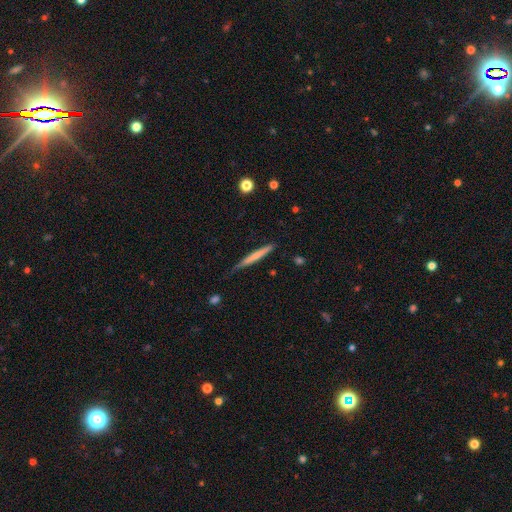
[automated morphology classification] This is possibly a smooth galaxy (59%). How rounded: clearly cigar-shaped (96%). Merging: likely none (74%).